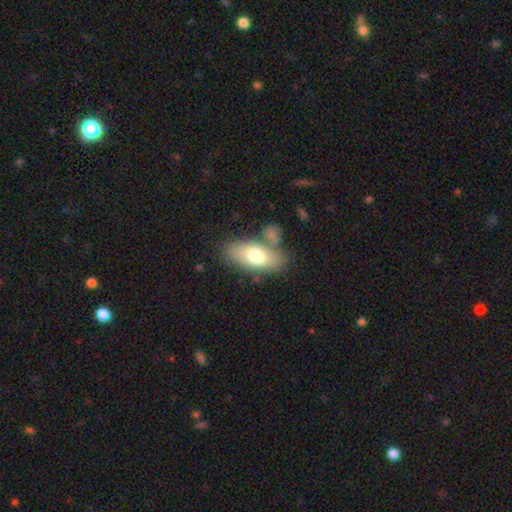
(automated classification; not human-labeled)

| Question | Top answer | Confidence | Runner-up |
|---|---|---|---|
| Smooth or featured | smooth | 71% | featured or disk (23%) |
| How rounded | in between | 87% | cigar-shaped (9%) |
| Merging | none | 64% | merger (16%) |